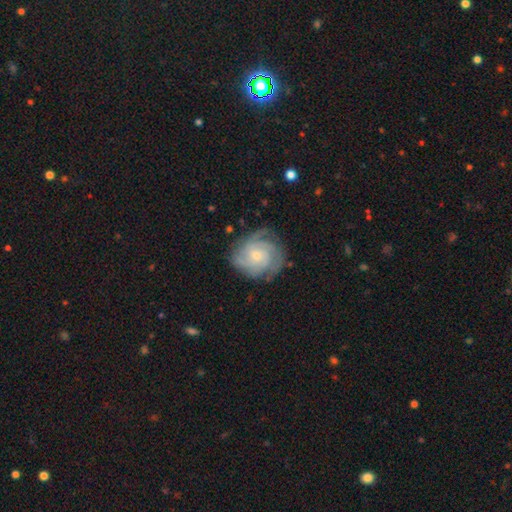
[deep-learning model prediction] Smooth or featured?
  - featured or disk: 81% *
  - smooth: 12%
  - star or artifact: 7%
Edge-on disk?
  - no: 98% *
  - yes: 2%
Bar?
  - no: 75% *
  - weak: 22%
  - strong: 3%
Spiral arms?
  - yes: 96% *
  - no: 4%
Spiral winding?
  - tight: 66% *
  - medium: 28%
  - loose: 6%
Spiral arm count?
  - 3: 28% *
  - 4: 25%
  - can't tell: 24%
  - 2: 10%
  - more than 4: 7%
  - 1: 6%
Bulge size?
  - small: 65% *
  - moderate: 30%
  - none: 3%
  - large: 2%
  - dominant: 1%
Merging?
  - none: 77% *
  - minor disturbance: 16%
  - major disturbance: 5%
  - merger: 1%